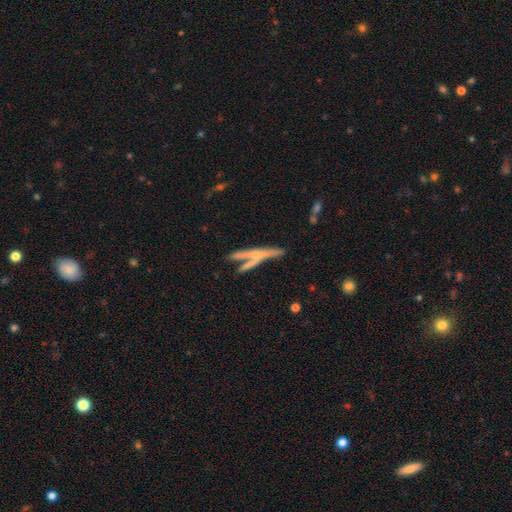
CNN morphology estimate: Q: Smooth or featured?
A: featured or disk (58%); runner-up: smooth (34%)
Q: Edge-on disk?
A: yes (90%); runner-up: no (10%)
Q: Edge-on bulge?
A: rounded (53%); runner-up: none (40%)
Q: Merging?
A: none (53%); runner-up: merger (30%)